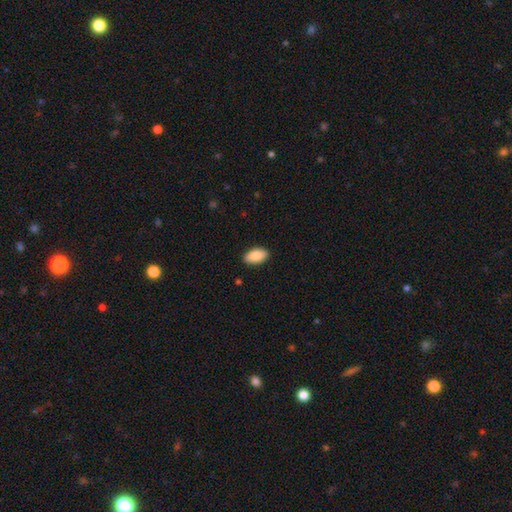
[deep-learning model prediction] Q: Smooth or featured?
A: smooth (87%); runner-up: featured or disk (7%)
Q: How rounded?
A: in between (94%); runner-up: round (4%)
Q: Merging?
A: none (89%); runner-up: minor disturbance (8%)